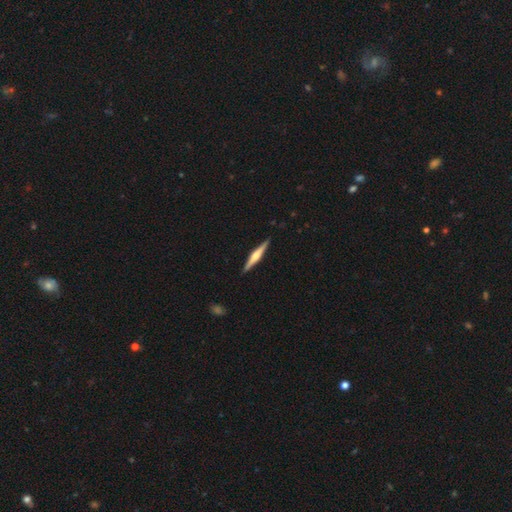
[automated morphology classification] featured or disk 73%, smooth 22%, star or artifact 5%. Down the decision tree: edge-on disk — yes (98%); edge-on bulge — rounded (86%); merging — none (91%).